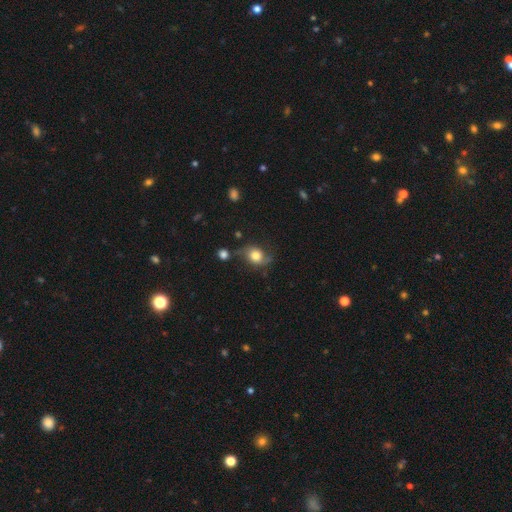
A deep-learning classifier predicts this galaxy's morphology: smooth 51%, featured or disk 38%, star or artifact 11%. Down the decision tree: how rounded — round (60%); merging — none (60%).